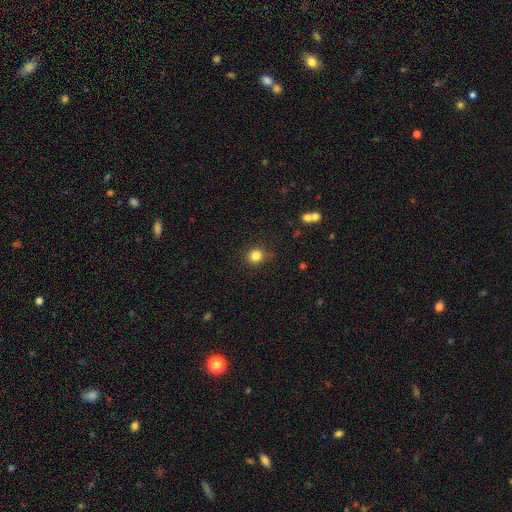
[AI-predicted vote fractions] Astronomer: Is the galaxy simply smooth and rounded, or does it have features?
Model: smooth — 83%.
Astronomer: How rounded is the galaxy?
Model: round — 91%.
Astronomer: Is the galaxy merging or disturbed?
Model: none — 84%.